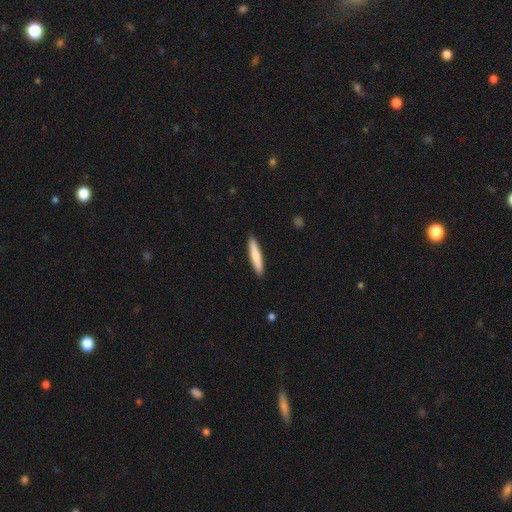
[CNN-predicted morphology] smooth-or-featured: smooth: 71% | featured or disk: 23% | star or artifact: 5%
  how-rounded: cigar-shaped: 91% | in between: 8% | round: 1%
  merging: none: 91% | minor disturbance: 7% | major disturbance: 1% | merger: 1%